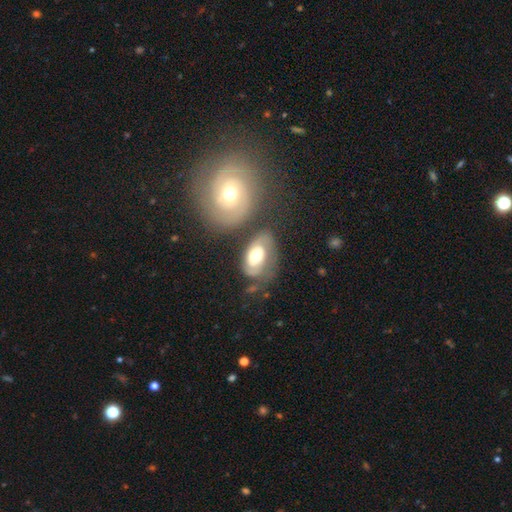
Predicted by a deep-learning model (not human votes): Overall: featured or disk (63%; smooth 30%). Edge-on disk: no (95%). Bar: no (74%). Spiral arms: yes (79%). Bulge size: moderate (62%; large 26%). Merging: none (43%; minor disturbance 22%).